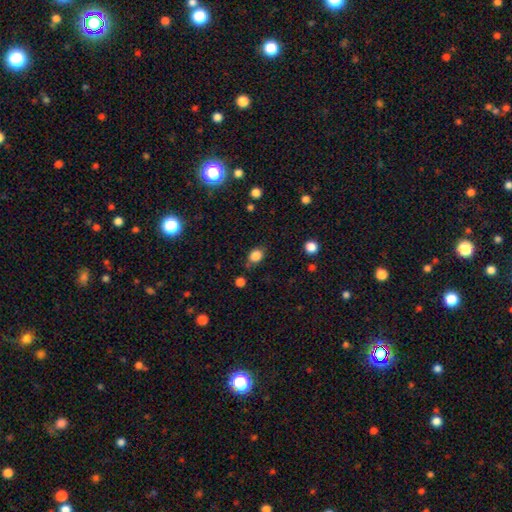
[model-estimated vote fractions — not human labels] The model was most divided on "how rounded": in between: 52%, round: 46%, cigar-shaped: 1%. More confident: smooth or featured — smooth (84%); merging — none (71%).